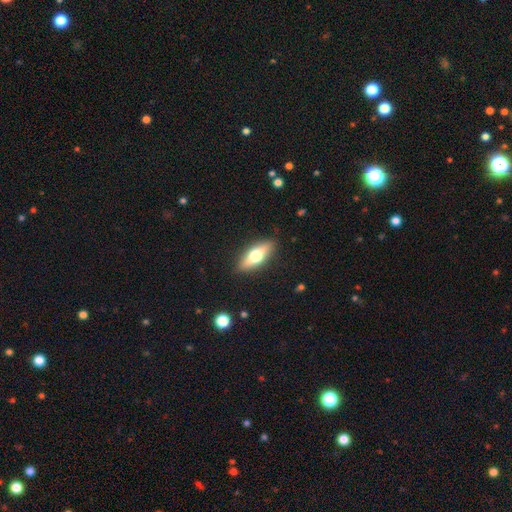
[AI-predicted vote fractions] Overall: smooth (55%; featured or disk 38%). How rounded: in between (63%; cigar-shaped 33%). Merging: none (88%).